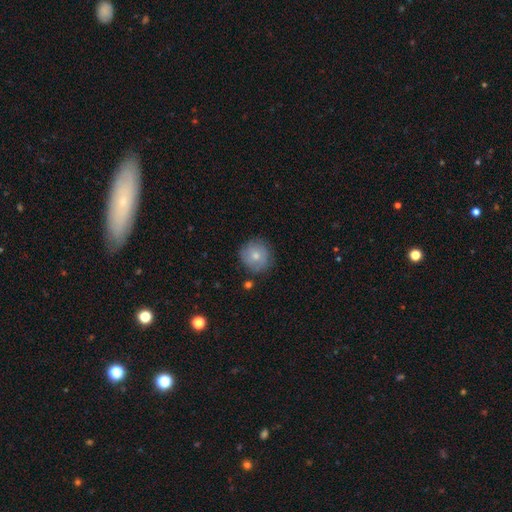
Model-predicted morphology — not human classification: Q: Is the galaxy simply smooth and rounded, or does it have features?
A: smooth — 73%.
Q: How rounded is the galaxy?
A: round — 92%.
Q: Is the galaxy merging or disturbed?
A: none — 79%.